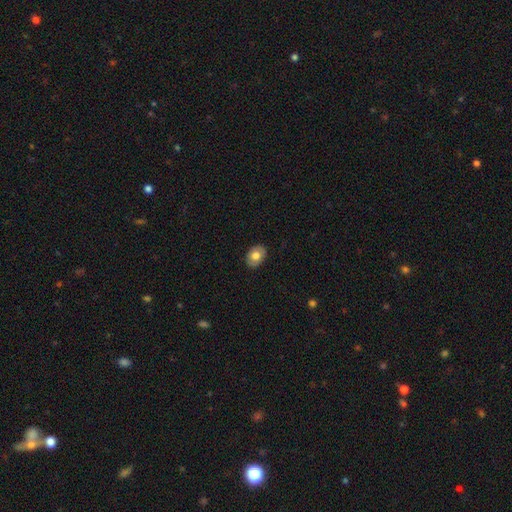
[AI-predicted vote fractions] A smooth galaxy with no disk features (76%) that is in between round and cigar-shaped (81%).

Vote fractions:
- Smooth or featured? smooth: 76% / featured or disk: 17% / star or artifact: 7%
- How rounded? in between: 81% / round: 18% / cigar-shaped: 1%
- Merging? none: 88% / minor disturbance: 9% / major disturbance: 2% / merger: 1%